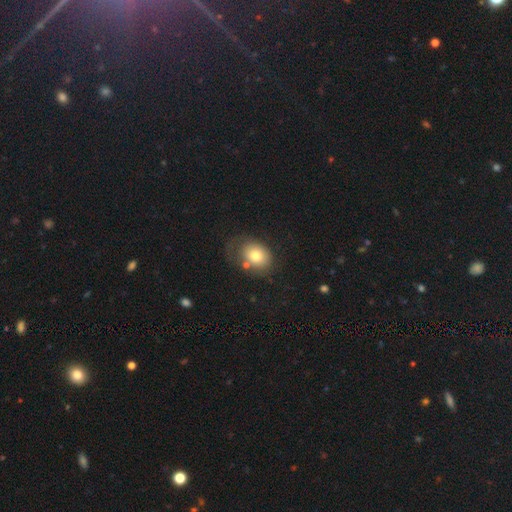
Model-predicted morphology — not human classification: smooth 74%, featured or disk 17%, star or artifact 9%. Down the decision tree: how rounded — in between (58%); merging — none (52%).